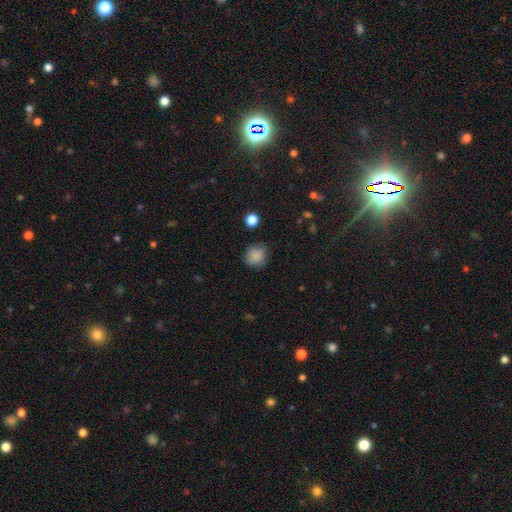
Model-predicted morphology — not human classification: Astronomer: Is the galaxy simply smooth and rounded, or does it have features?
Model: smooth — 84%.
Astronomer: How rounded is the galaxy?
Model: round — 76%.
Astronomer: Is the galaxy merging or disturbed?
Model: none — 74%.